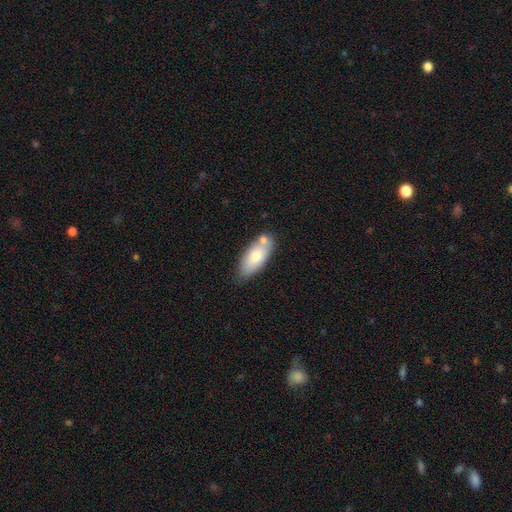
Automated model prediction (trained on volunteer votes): Morphology: type=smooth (73%); roundness=in between (84%); merging=none (63%).